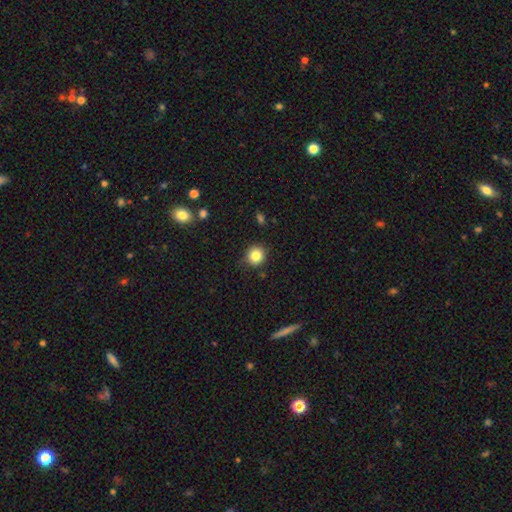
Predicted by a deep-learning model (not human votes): This appears to be a smooth galaxy with no disk features (84%) that is round (90%). Merging: none (83%).